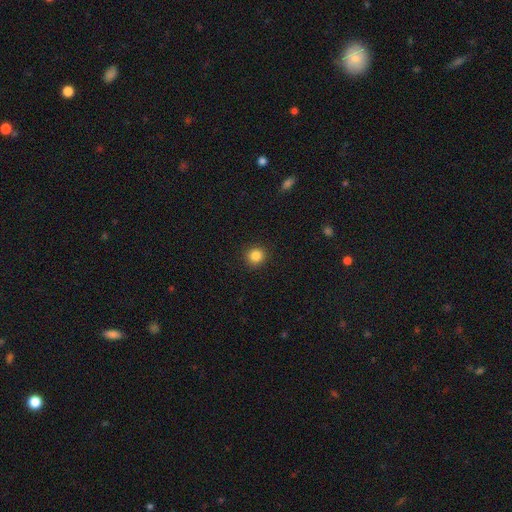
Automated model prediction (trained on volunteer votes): smooth-or-featured: smooth: 85% | star or artifact: 11% | featured or disk: 4%
  how-rounded: round: 92% | in between: 7% | cigar-shaped: 1%
  merging: none: 92% | minor disturbance: 5% | major disturbance: 2% | merger: 1%